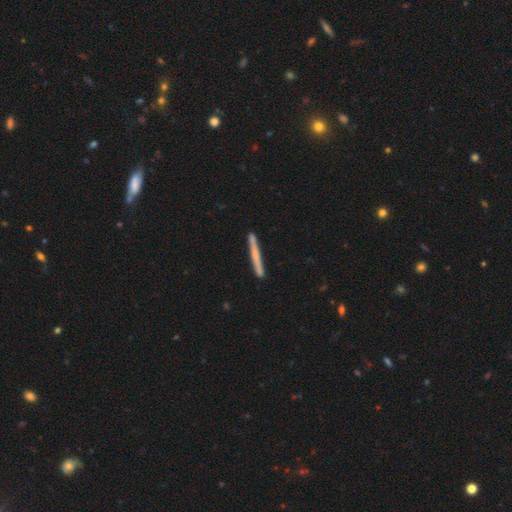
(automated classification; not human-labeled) Morphology: type=smooth (61%); roundness=cigar-shaped (97%); merging=none (88%).